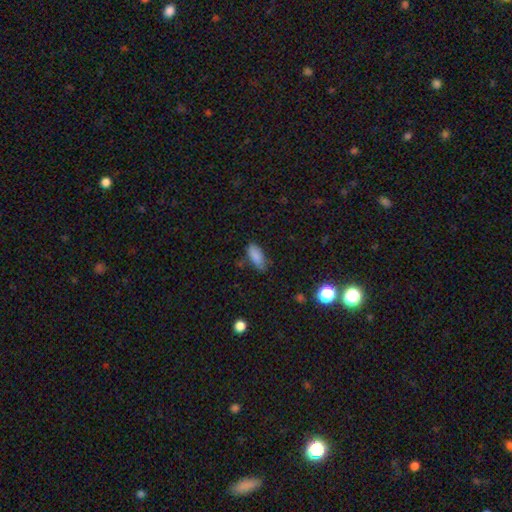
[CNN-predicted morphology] This is clearly a smooth galaxy (86%). How rounded: clearly in between (84%). Merging: likely none (70%).